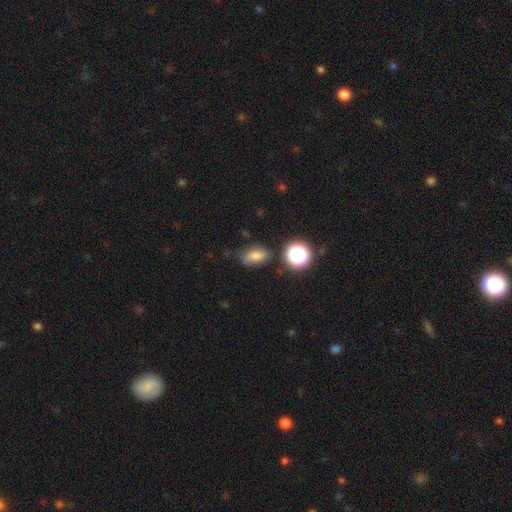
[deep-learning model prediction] A smooth galaxy with no disk features (71%) that is in between round and cigar-shaped (78%).

Vote fractions:
- Smooth or featured? smooth: 71% / star or artifact: 16% / featured or disk: 13%
- How rounded? in between: 78% / round: 18% / cigar-shaped: 4%
- Merging? none: 67% / minor disturbance: 22% / major disturbance: 6% / merger: 4%